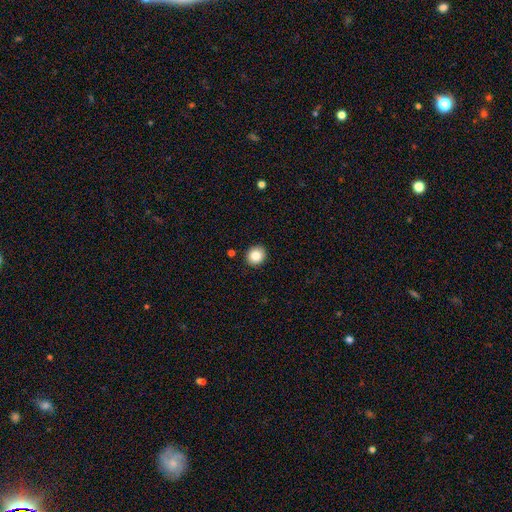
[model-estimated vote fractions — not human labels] This appears to be a smooth galaxy with no disk features (85%) that is round (84%). Merging: none (91%).